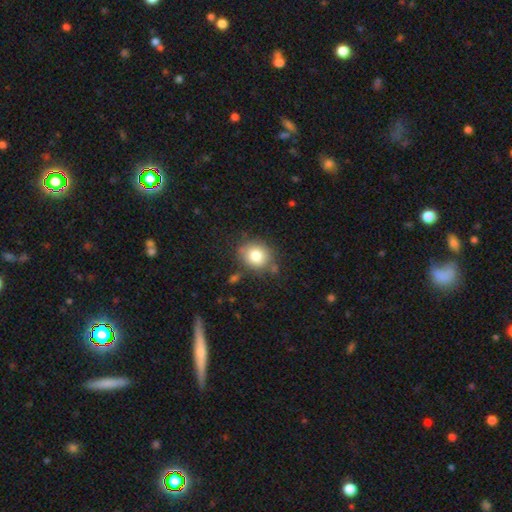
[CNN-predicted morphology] smooth 80%, featured or disk 10%, star or artifact 10%. Down the decision tree: how rounded — round (72%); merging — none (77%).